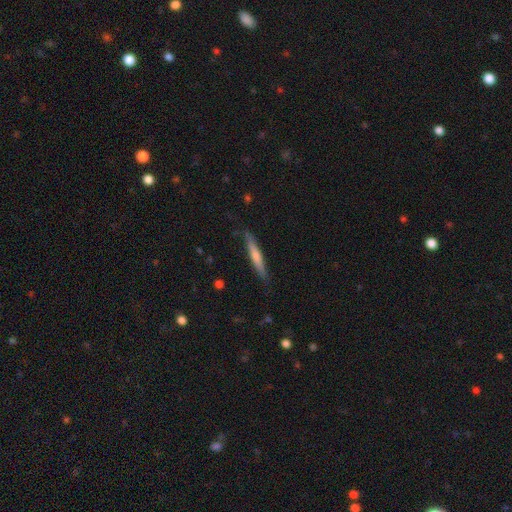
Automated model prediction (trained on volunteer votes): smooth-or-featured: smooth: 49% | featured or disk: 45% | star or artifact: 6%
  merging: none: 84% | minor disturbance: 12% | major disturbance: 2% | merger: 1%